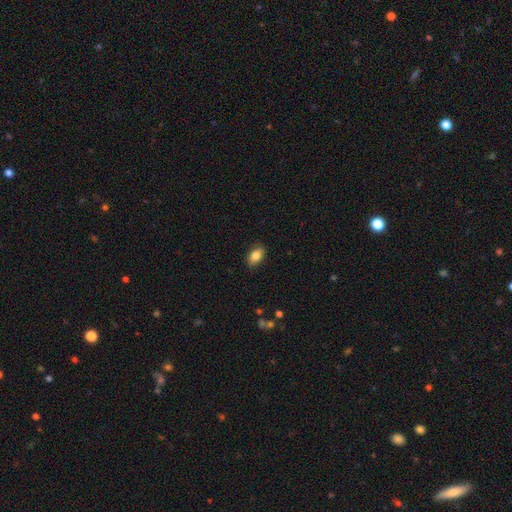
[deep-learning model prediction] smooth 83%, featured or disk 10%, star or artifact 8%. Down the decision tree: how rounded — in between (88%); merging — none (84%).